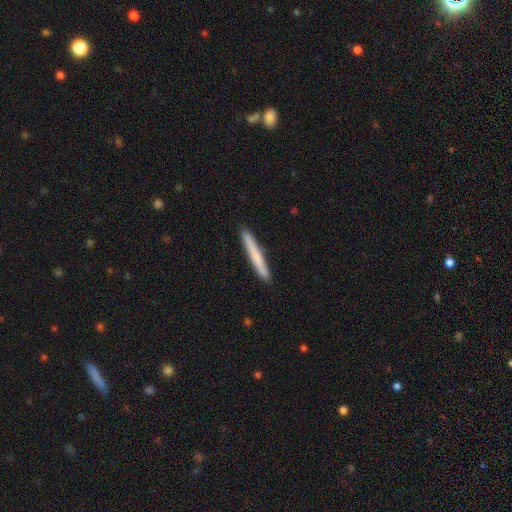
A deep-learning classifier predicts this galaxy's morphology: This is likely a smooth galaxy (71%). How rounded: clearly cigar-shaped (97%). Merging: clearly none (92%).